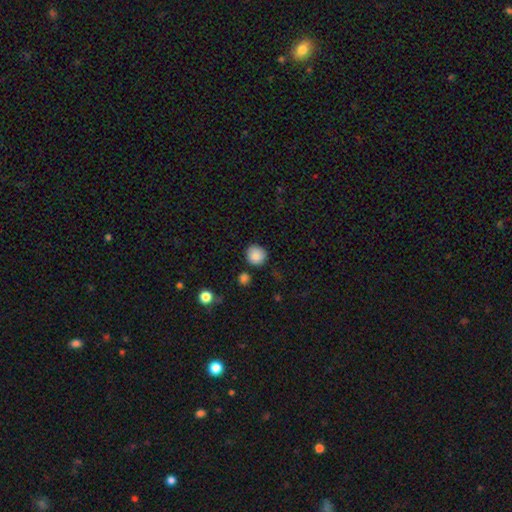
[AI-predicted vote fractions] Morphology: type=smooth (87%); roundness=round (92%); merging=none (84%).